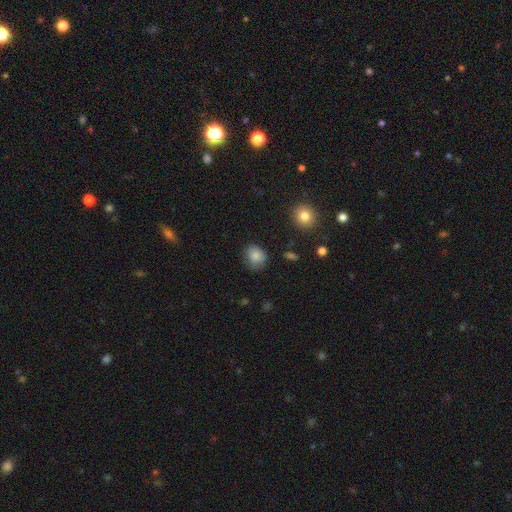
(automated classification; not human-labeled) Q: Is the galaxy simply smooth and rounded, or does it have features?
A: smooth — 84%.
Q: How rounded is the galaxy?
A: round — 66%.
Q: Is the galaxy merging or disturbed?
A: none — 71%.